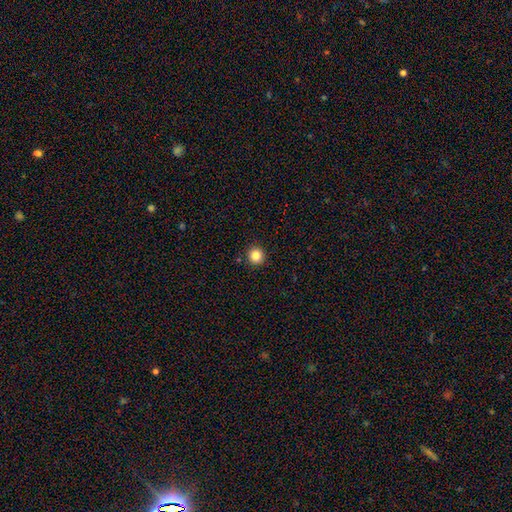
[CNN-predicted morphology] Smooth or featured? Predicted: smooth (p=0.84). How rounded? Predicted: round (p=0.95). Merging? Predicted: none (p=0.92).